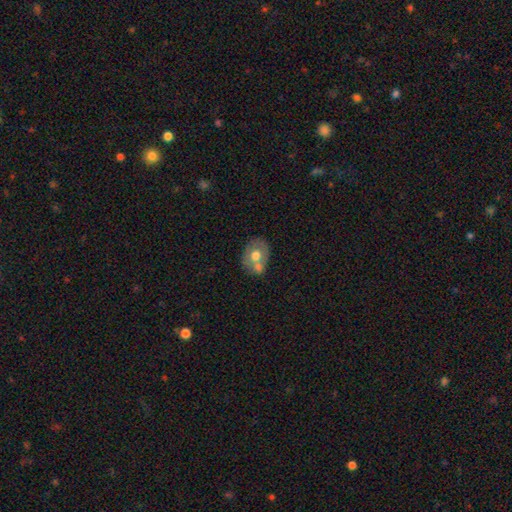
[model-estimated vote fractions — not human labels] Smooth or featured? Predicted: smooth (p=0.56). How rounded? Predicted: in between (p=0.63). Merging? Predicted: none (p=0.41).